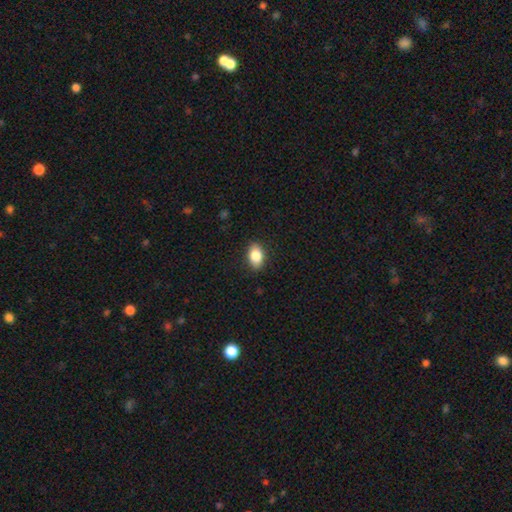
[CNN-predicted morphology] This appears to be a smooth galaxy with no disk features (85%) that is in between round and cigar-shaped (85%). Merging: none (88%).